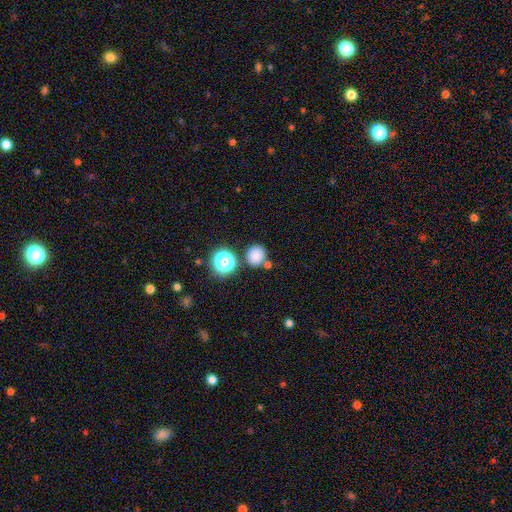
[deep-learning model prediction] Smooth or featured? smooth (79%)
How rounded? round (84%)
Merging? none (76%)